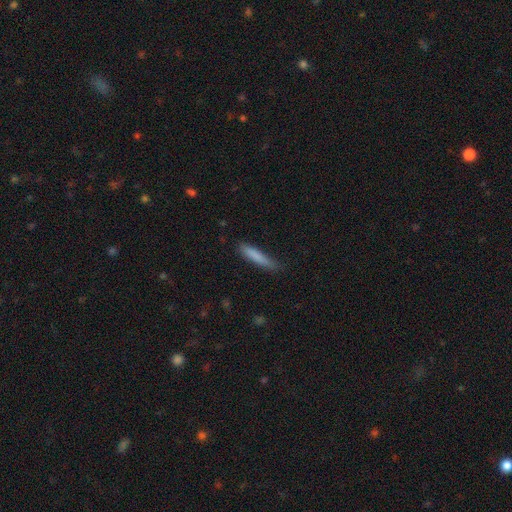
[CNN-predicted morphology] Overall: smooth (81%). How rounded: cigar-shaped (91%). Merging: none (74%).